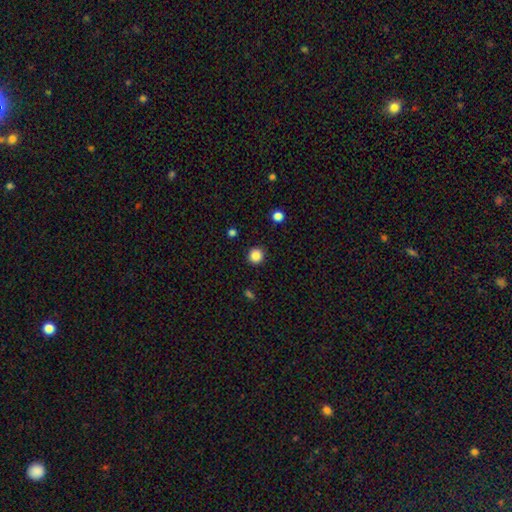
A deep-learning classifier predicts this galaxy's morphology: Smooth or featured? smooth (86%)
How rounded? round (93%)
Merging? none (92%)